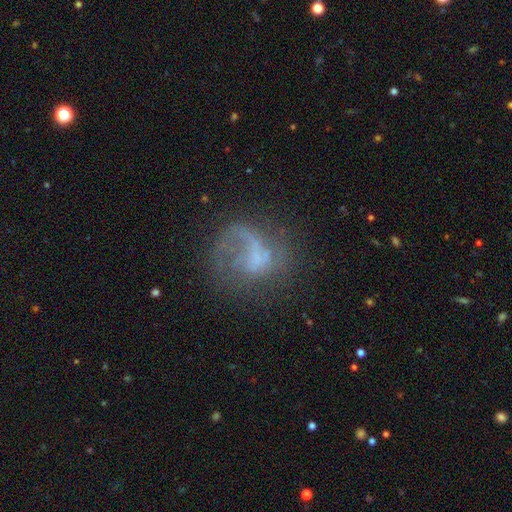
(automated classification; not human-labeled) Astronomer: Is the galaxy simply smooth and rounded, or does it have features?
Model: featured or disk — 60%.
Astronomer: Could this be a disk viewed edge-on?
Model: no — 98%.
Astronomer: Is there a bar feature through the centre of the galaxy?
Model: no — 71%.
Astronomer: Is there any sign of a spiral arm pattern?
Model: yes — 58% (runner-up: no, 42%).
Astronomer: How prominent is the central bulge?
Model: none — 57%.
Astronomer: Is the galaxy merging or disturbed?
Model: none — 40% (runner-up: major disturbance, 38%).